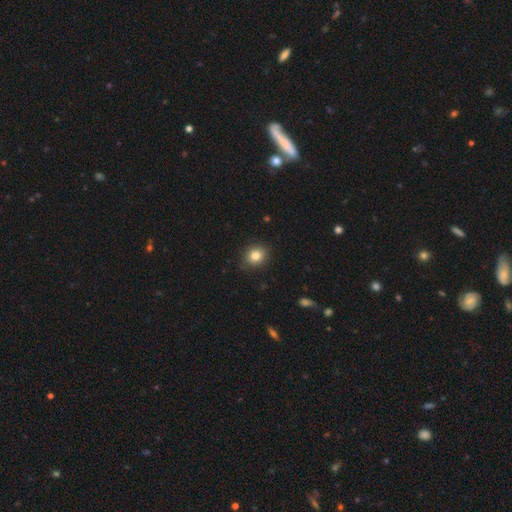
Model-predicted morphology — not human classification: Smooth or featured: smooth — 83% (star or artifact — 10%)
How rounded: round — 70% (in between — 29%)
Merging: none — 86% (minor disturbance — 10%)